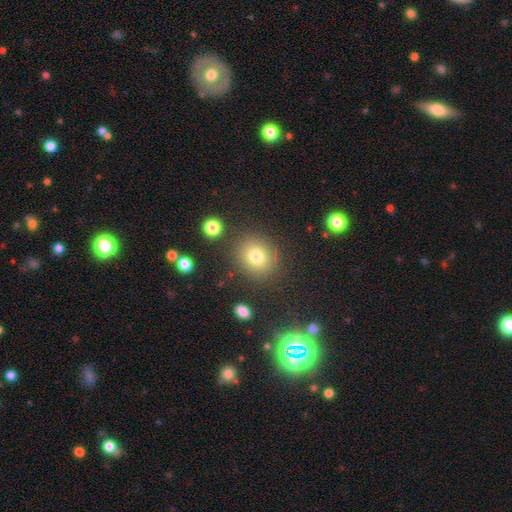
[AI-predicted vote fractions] Smooth or featured? smooth (77%)
How rounded? round (73%)
Merging? none (84%)